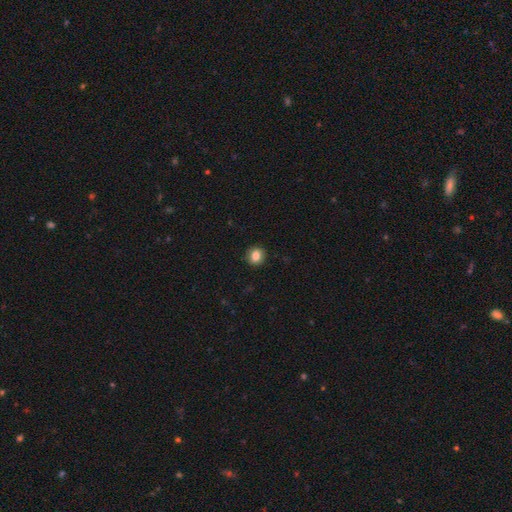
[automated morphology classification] type=smooth (83%); roundness=round (76%); merging=none (90%).